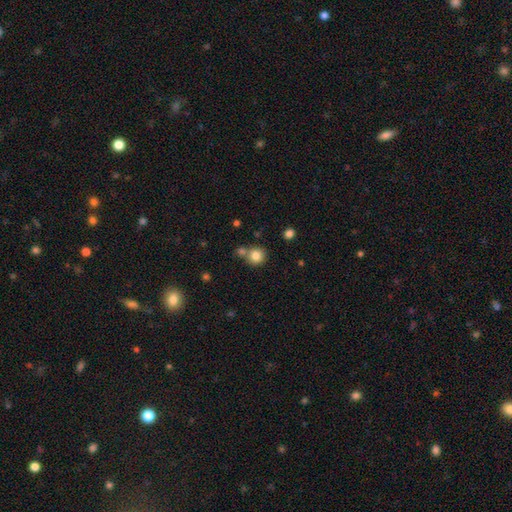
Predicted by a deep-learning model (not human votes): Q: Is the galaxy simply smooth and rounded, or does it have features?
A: smooth — 82%.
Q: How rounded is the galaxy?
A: round — 89%.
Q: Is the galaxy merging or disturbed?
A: none — 63%.